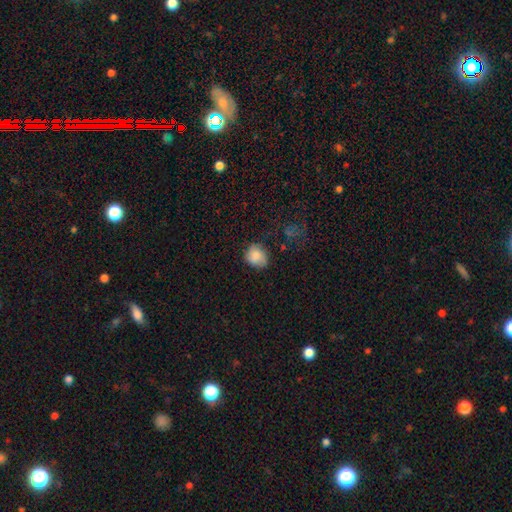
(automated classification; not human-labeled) Smooth or featured?
  - smooth: 81% *
  - featured or disk: 11%
  - star or artifact: 8%
How rounded?
  - round: 62% *
  - in between: 37%
  - cigar-shaped: 1%
Merging?
  - none: 67% *
  - minor disturbance: 25%
  - major disturbance: 6%
  - merger: 2%